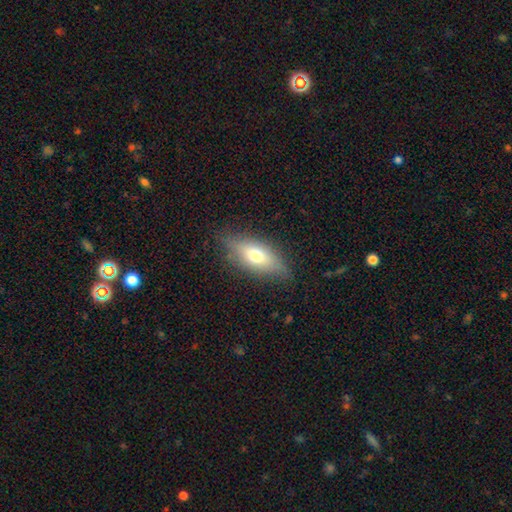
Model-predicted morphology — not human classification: Smooth or featured? smooth (62%)
How rounded? in between (73%)
Merging? none (79%)